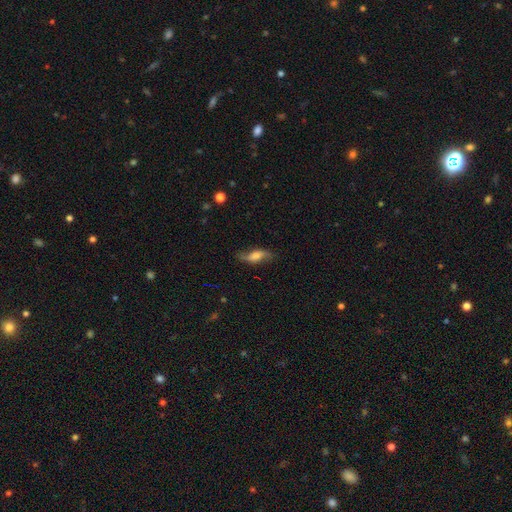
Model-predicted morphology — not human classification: featured or disk 55%, smooth 37%, star or artifact 8%. Down the decision tree: edge-on disk — no (78%); merging — none (71%).